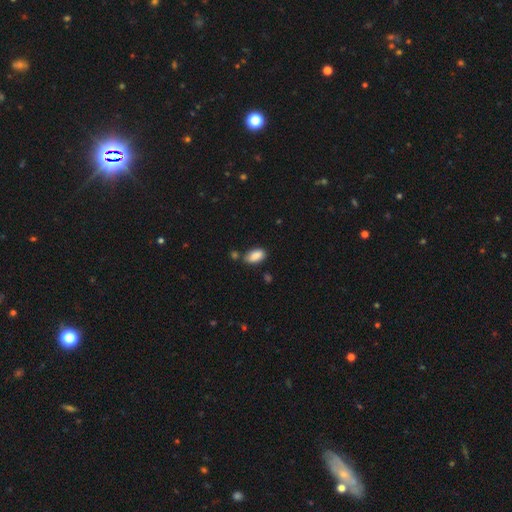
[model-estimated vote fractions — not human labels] A smooth galaxy with no disk features (89%) that is in between round and cigar-shaped (93%). Merging: none (71%).